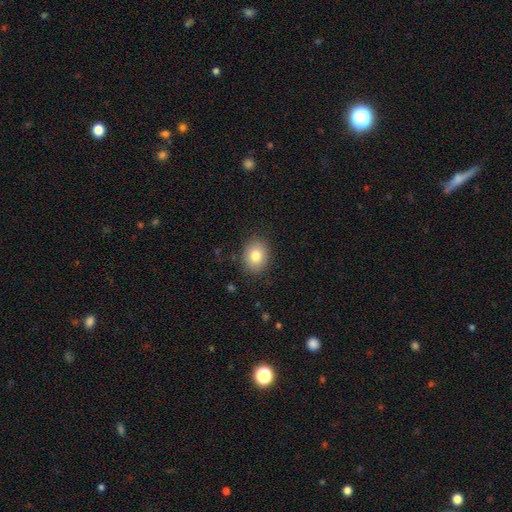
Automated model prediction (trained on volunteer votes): Morphology: type=smooth (81%); roundness=in between (52%); merging=none (87%).